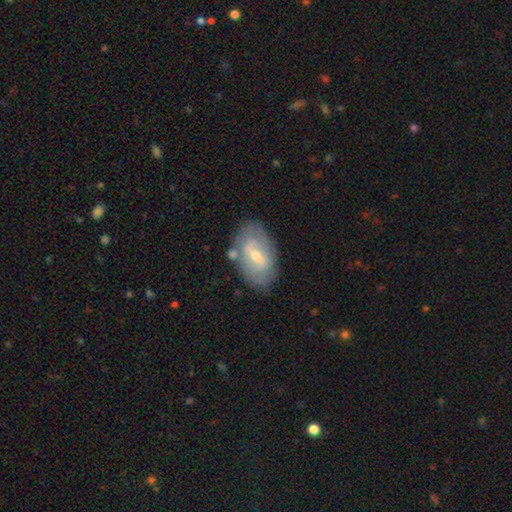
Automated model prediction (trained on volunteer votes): This is likely a featured or disk galaxy (64%). It is clearly not viewed edge-on (92%). Bar: possibly weak (49%). Spiral arm pattern: possibly yes (55%). Central bulge: possibly small (51%). Merging: likely none (75%).